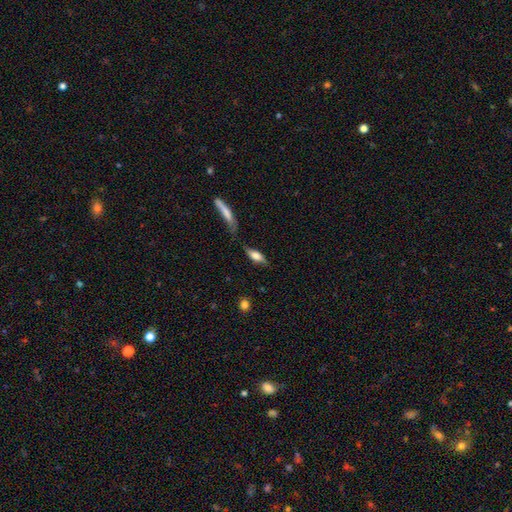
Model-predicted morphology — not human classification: Overall: smooth (66%; featured or disk 28%). How rounded: in between (56%; cigar-shaped 41%). Merging: none (66%).